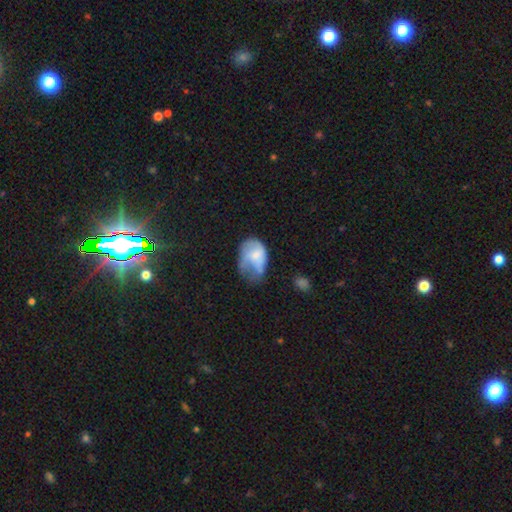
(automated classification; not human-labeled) A smooth galaxy with no disk features (57%) that is in between round and cigar-shaped (76%).

Vote fractions:
- Smooth or featured? smooth: 57% / featured or disk: 34% / star or artifact: 8%
- How rounded? in between: 76% / round: 22% / cigar-shaped: 1%
- Merging? major disturbance: 43% / minor disturbance: 33% / none: 19% / merger: 6%